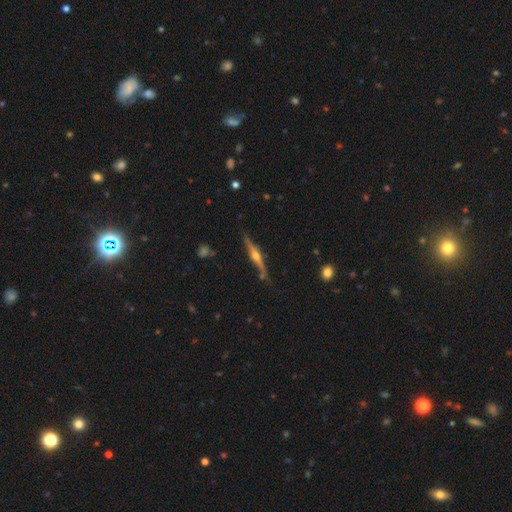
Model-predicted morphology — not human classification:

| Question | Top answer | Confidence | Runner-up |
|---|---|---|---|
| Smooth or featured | featured or disk | 82% | smooth (12%) |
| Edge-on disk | yes | 97% | no (3%) |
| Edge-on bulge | rounded | 93% | boxy (4%) |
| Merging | none | 79% | minor disturbance (15%) |